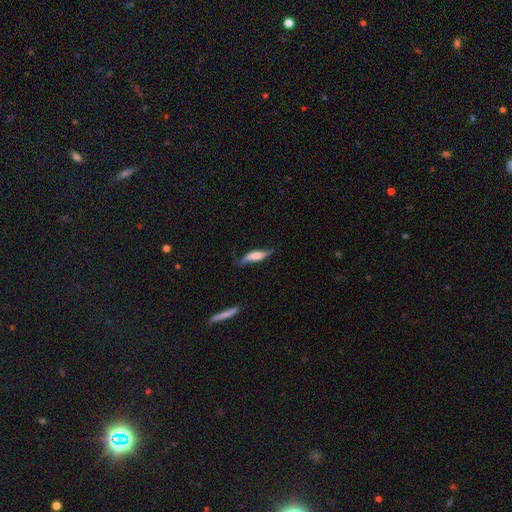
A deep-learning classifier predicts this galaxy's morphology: Smooth or featured: smooth — 48% (featured or disk — 46%)
Merging: none — 61% (minor disturbance — 28%)